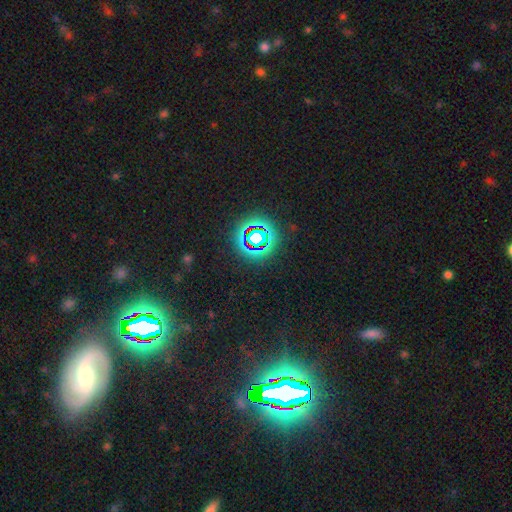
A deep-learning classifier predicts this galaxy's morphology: star or artifact 73%, smooth 16%, featured or disk 11%.